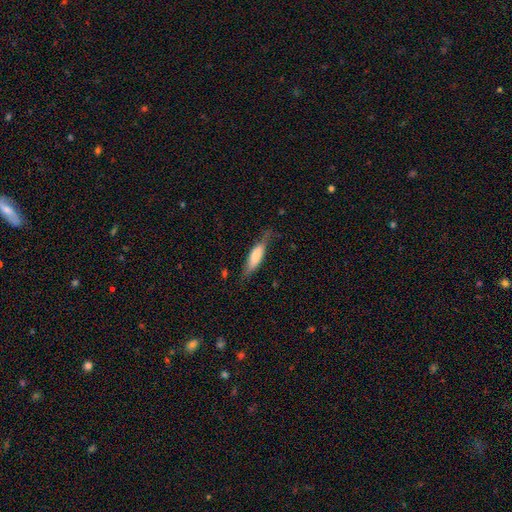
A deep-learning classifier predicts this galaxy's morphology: A smooth galaxy with no disk features (68%) that is cigar-shaped (60%).

Vote fractions:
- Smooth or featured? smooth: 68% / featured or disk: 26% / star or artifact: 6%
- How rounded? cigar-shaped: 60% / in between: 39% / round: 2%
- Merging? none: 64% / minor disturbance: 26% / major disturbance: 8% / merger: 2%